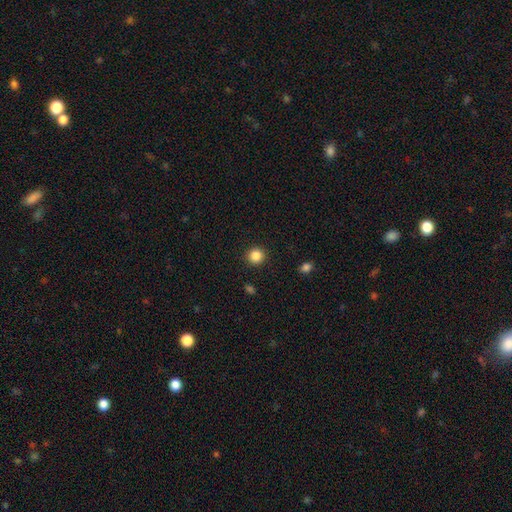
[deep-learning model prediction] This appears to be a smooth galaxy with no disk features (86%) that is round (93%). Merging: none (91%).